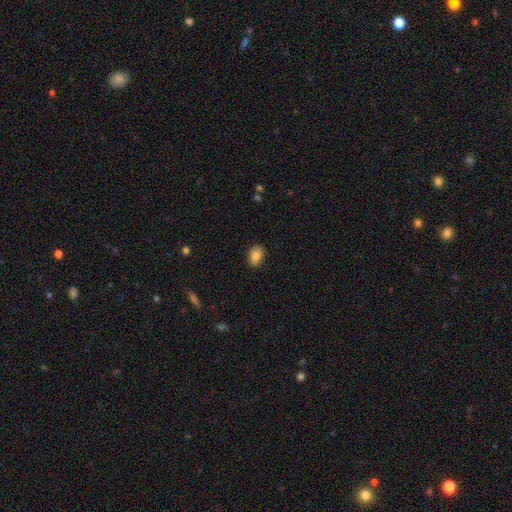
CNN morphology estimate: A smooth galaxy with no disk features (84%) that is in between round and cigar-shaped (78%).

Vote fractions:
- Smooth or featured? smooth: 84% / star or artifact: 8% / featured or disk: 8%
- How rounded? in between: 78% / round: 21% / cigar-shaped: 1%
- Merging? none: 86% / minor disturbance: 11% / major disturbance: 2% / merger: 1%